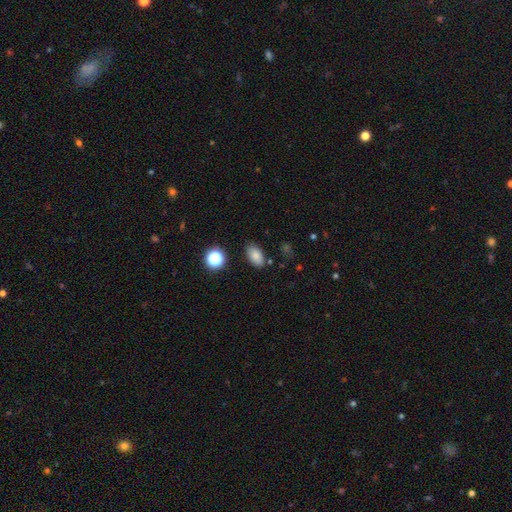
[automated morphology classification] A smooth galaxy with no disk features (81%) that is in between round and cigar-shaped (89%).

Vote fractions:
- Smooth or featured? smooth: 81% / star or artifact: 12% / featured or disk: 8%
- How rounded? in between: 89% / round: 9% / cigar-shaped: 2%
- Merging? none: 83% / minor disturbance: 12% / major disturbance: 3% / merger: 3%